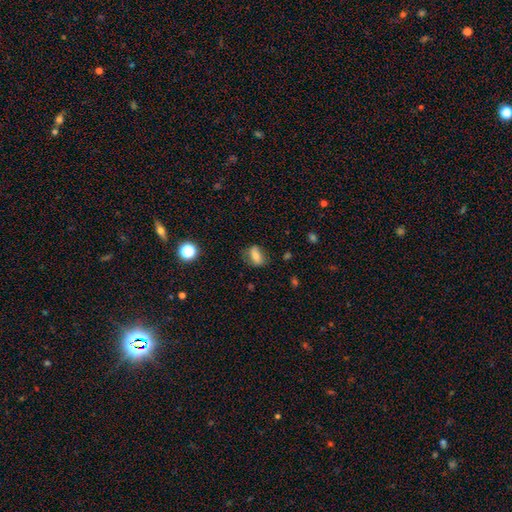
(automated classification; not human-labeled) A smooth galaxy with no disk features (71%) that is in between round and cigar-shaped (77%).

Vote fractions:
- Smooth or featured? smooth: 71% / featured or disk: 19% / star or artifact: 11%
- How rounded? in between: 77% / round: 16% / cigar-shaped: 8%
- Merging? none: 68% / minor disturbance: 22% / major disturbance: 8% / merger: 3%